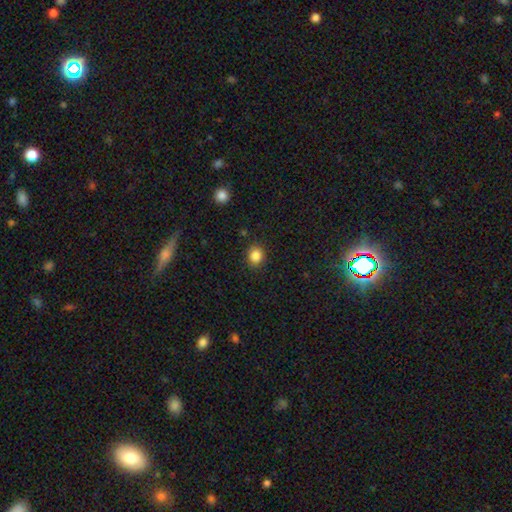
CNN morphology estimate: smooth-or-featured: smooth: 86% | star or artifact: 10% | featured or disk: 4%
  how-rounded: round: 70% | in between: 29% | cigar-shaped: 1%
  merging: none: 88% | minor disturbance: 8% | major disturbance: 2% | merger: 1%